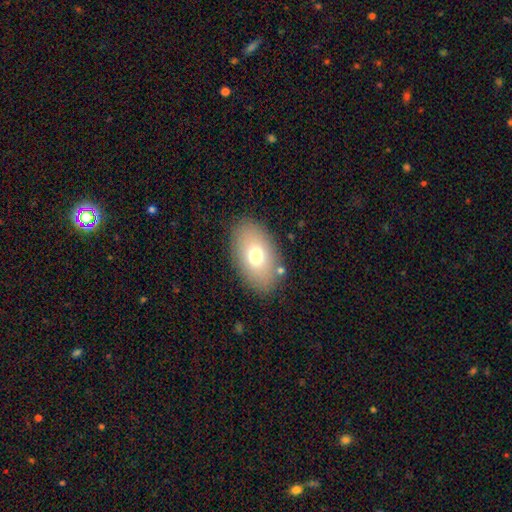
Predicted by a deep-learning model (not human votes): smooth_or_featured: smooth (p=0.72) [alt: featured or disk p=0.18]
how_rounded: in between (p=0.90) [alt: round p=0.09]
merging: none (p=0.85) [alt: minor disturbance p=0.10]